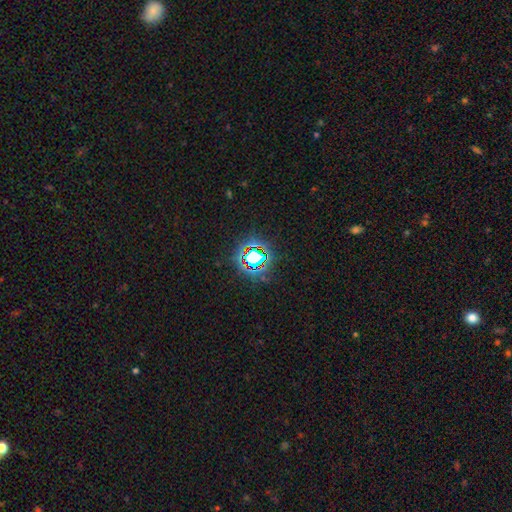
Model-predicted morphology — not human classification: star or artifact 71%, smooth 19%, featured or disk 11%.